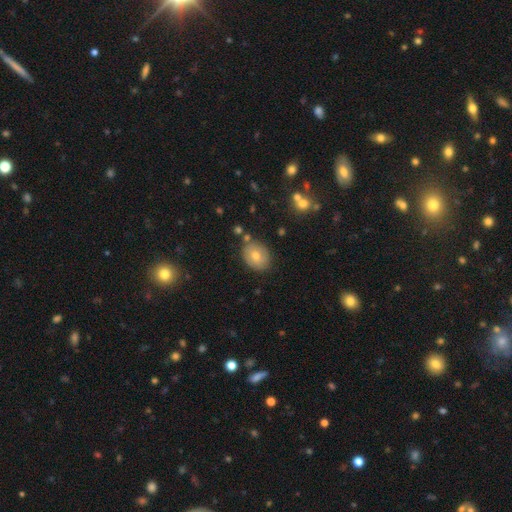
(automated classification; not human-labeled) The model was most divided on "how rounded": round: 51%, in between: 48%, cigar-shaped: 1%. More confident: merging — none (81%); smooth or featured — smooth (64%).